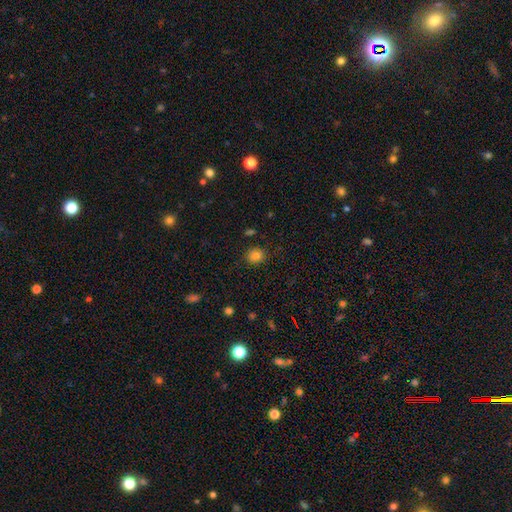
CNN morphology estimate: Smooth or featured: smooth — 82% (star or artifact — 12%)
How rounded: round — 77% (in between — 22%)
Merging: none — 86% (minor disturbance — 9%)